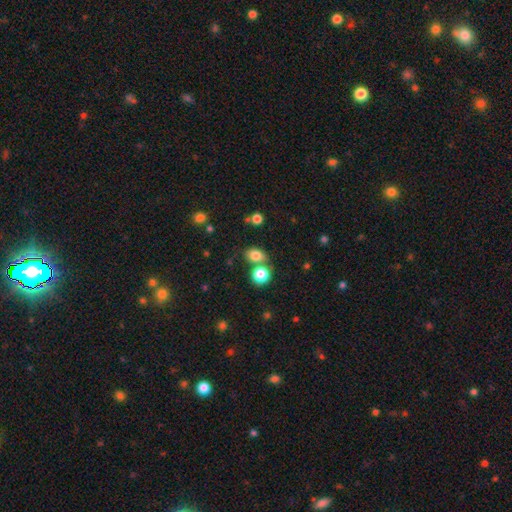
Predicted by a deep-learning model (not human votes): Smooth or featured? smooth (80%)
How rounded? in between (62%)
Merging? none (64%)